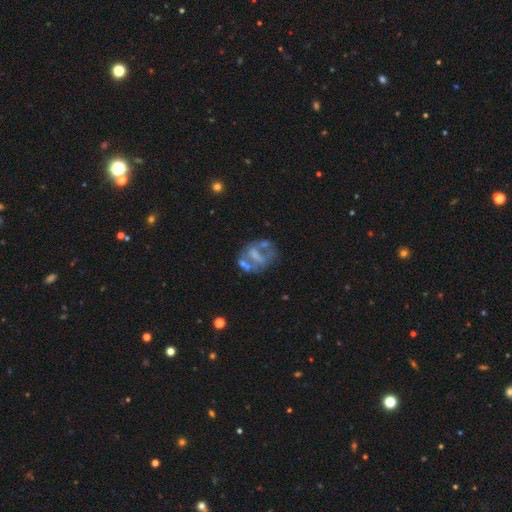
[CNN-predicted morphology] Overall: featured or disk (61%; smooth 27%). Edge-on disk: no (97%). Bar: no (56%; weak 25%). Spiral arms: no (80%). Bulge size: none (56%; small 19%). Merging: none (41%; major disturbance 24%).